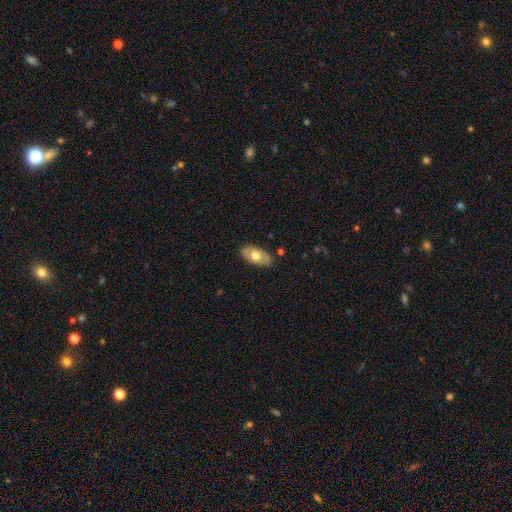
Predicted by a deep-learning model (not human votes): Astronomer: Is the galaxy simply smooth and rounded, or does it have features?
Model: smooth — 59% (runner-up: featured or disk, 35%).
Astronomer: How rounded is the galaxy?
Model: in between — 93%.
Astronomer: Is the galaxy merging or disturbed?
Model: none — 84%.